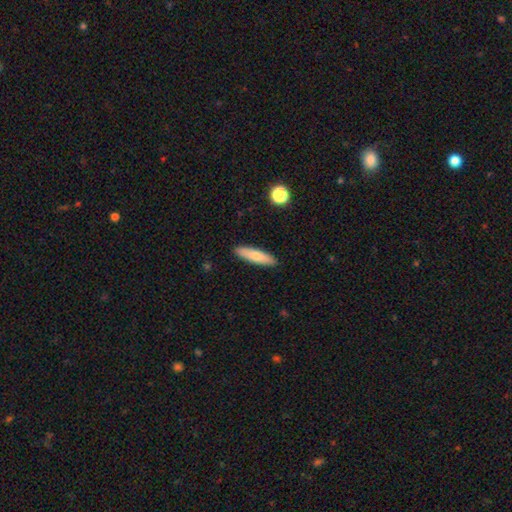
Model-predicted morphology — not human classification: Smooth or featured? smooth (76%)
How rounded? cigar-shaped (74%)
Merging? none (90%)